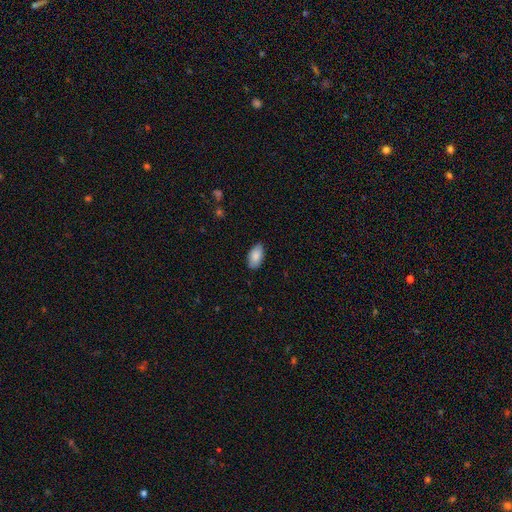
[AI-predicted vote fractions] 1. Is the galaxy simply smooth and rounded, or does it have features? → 87% smooth, 7% featured or disk, 6% star or artifact.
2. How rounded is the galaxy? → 95% in between, 3% round, 2% cigar-shaped.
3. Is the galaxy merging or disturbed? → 84% none, 13% minor disturbance, 2% major disturbance, 1% merger.